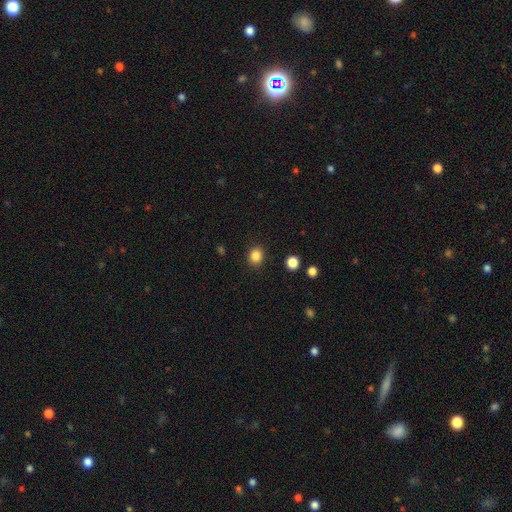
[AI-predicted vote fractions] Morphology: type=smooth (85%); roundness=round (68%); merging=none (89%).